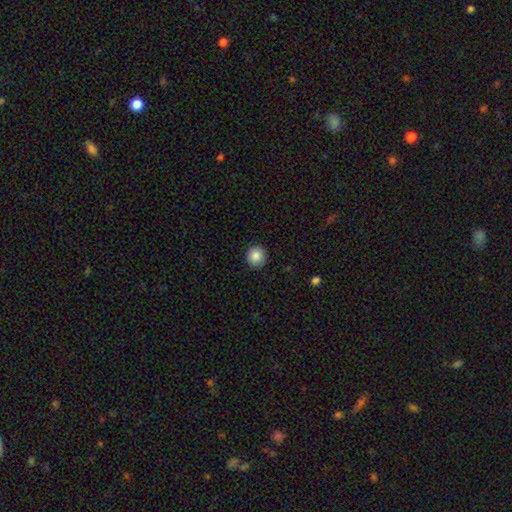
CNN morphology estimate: A smooth galaxy with no disk features (88%) that is round (92%). Merging: none (91%).